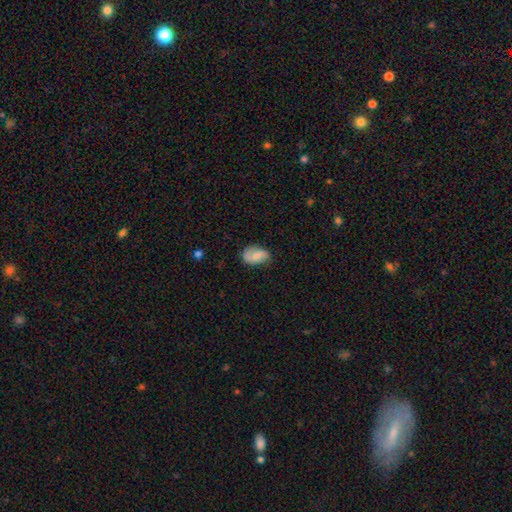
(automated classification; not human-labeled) smooth 54%, featured or disk 39%, star or artifact 7%. Down the decision tree: how rounded — in between (88%); merging — none (66%).